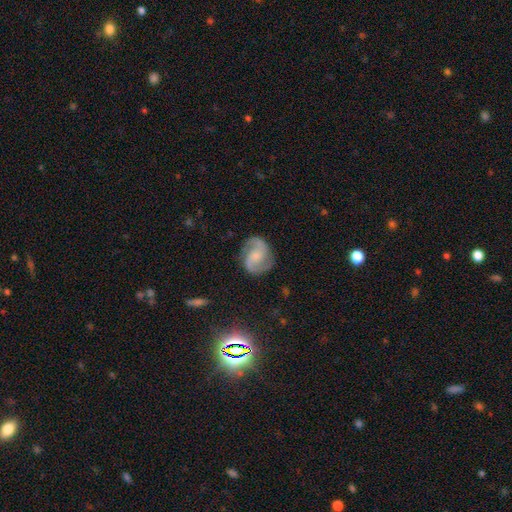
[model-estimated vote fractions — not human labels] A featured or disk galaxy (84%) with no bar (51%), 2 (92%) medium (55%) spiral arms (97%) and no central bulge (33%).

Vote fractions:
- Smooth or featured? featured or disk: 84% / smooth: 10% / star or artifact: 6%
- Edge-on disk? no: 98% / yes: 2%
- Bar? no: 51% / weak: 40% / strong: 9%
- Spiral arms? yes: 97% / no: 3%
- Spiral winding? medium: 55% / loose: 24% / tight: 21%
- Spiral arm count? 2: 92% / can't tell: 3% / 3: 2% / 1: 2% / 4: 1% / more than 4: 1%
- Bulge size? none: 33% / moderate: 29% / small: 28% / large: 8% / dominant: 2%
- Merging? none: 81% / minor disturbance: 13% / major disturbance: 5% / merger: 1%